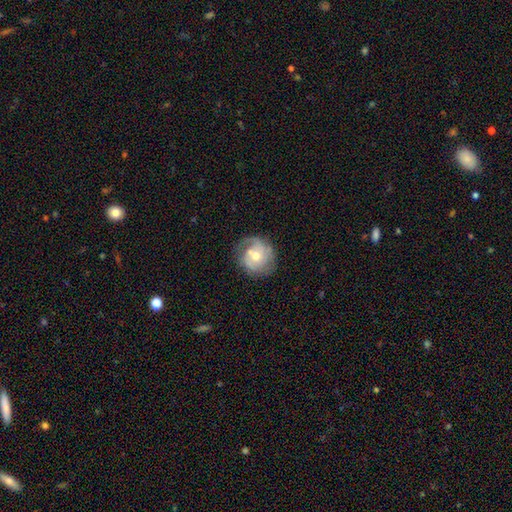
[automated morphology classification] featured or disk 70%, smooth 23%, star or artifact 8%. Down the decision tree: edge-on disk — no (97%); bar — no (68%); spiral arms — yes (88%); spiral arm count — 2 (44%); spiral winding — tight (49%); bulge size — moderate (62%); merging — none (71%).